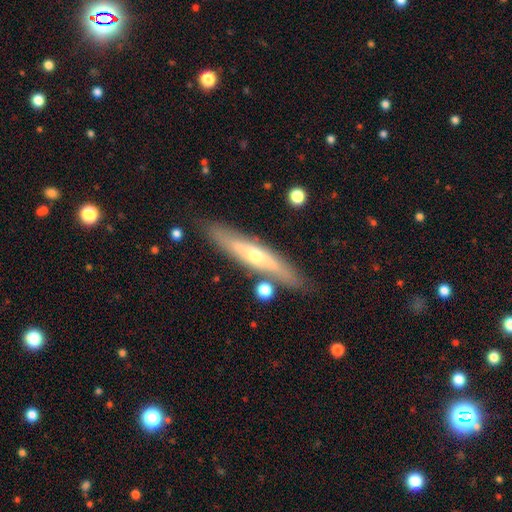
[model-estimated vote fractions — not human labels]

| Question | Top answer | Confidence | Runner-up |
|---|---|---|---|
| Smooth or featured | featured or disk | 63% | smooth (30%) |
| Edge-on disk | yes | 80% | no (20%) |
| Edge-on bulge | rounded | 82% | none (15%) |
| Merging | none | 82% | minor disturbance (11%) |